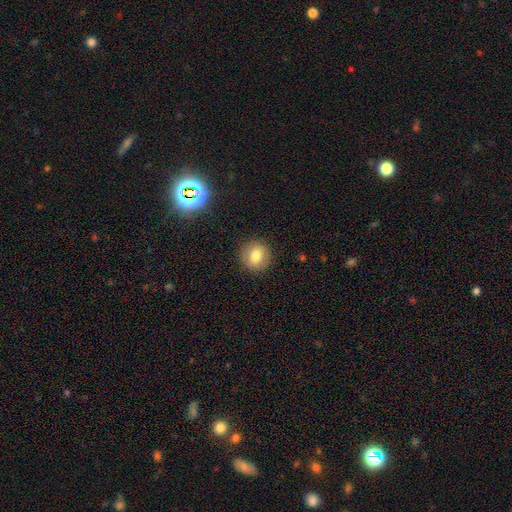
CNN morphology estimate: Smooth or featured?
  - smooth: 77% *
  - featured or disk: 12%
  - star or artifact: 11%
How rounded?
  - round: 90% *
  - in between: 9%
  - cigar-shaped: 1%
Merging?
  - none: 90% *
  - minor disturbance: 6%
  - major disturbance: 2%
  - merger: 1%